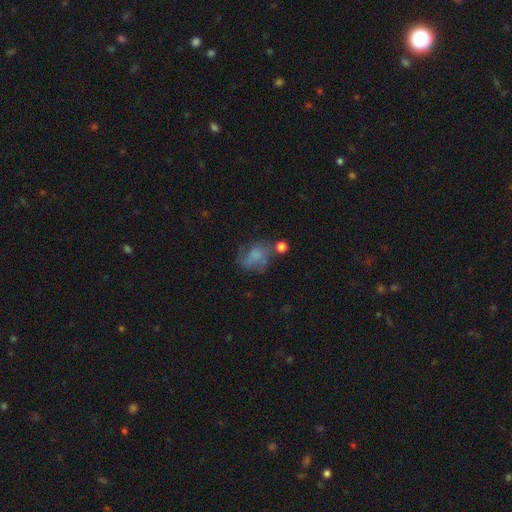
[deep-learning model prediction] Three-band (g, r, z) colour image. It shows a smooth galaxy with no disk features (58%) that is in between round and cigar-shaped (59%). Merging: none (36%).